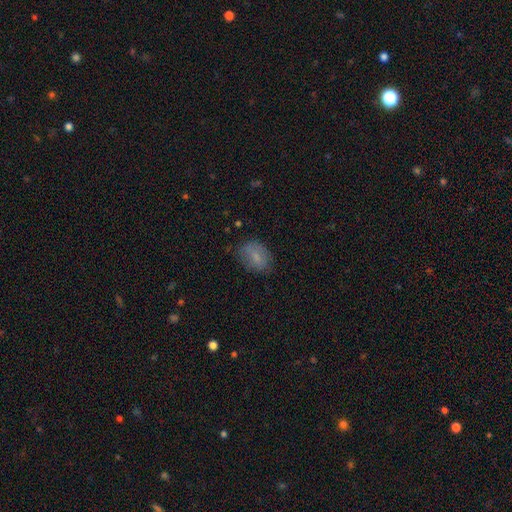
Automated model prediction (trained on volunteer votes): smooth 73%, featured or disk 18%, star or artifact 9%. Down the decision tree: how rounded — in between (75%); merging — none (69%).